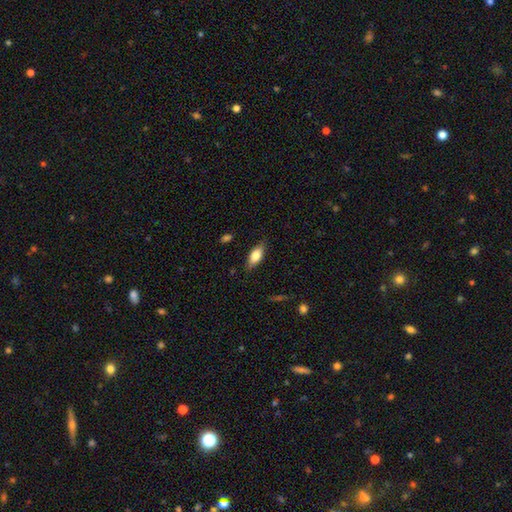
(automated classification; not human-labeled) smooth-or-featured: smooth: 72% | featured or disk: 21% | star or artifact: 7%
  how-rounded: in between: 80% | cigar-shaped: 17% | round: 3%
  merging: none: 82% | minor disturbance: 14% | major disturbance: 3% | merger: 1%